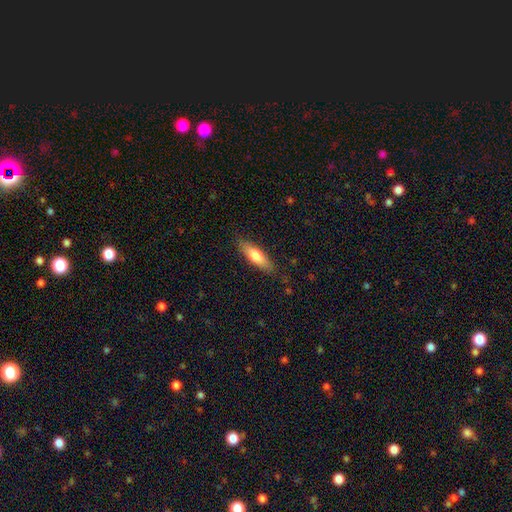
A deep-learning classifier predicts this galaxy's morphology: Smooth or featured: smooth — 72% (featured or disk — 22%)
How rounded: cigar-shaped — 54% (in between — 45%)
Merging: none — 84% (minor disturbance — 12%)